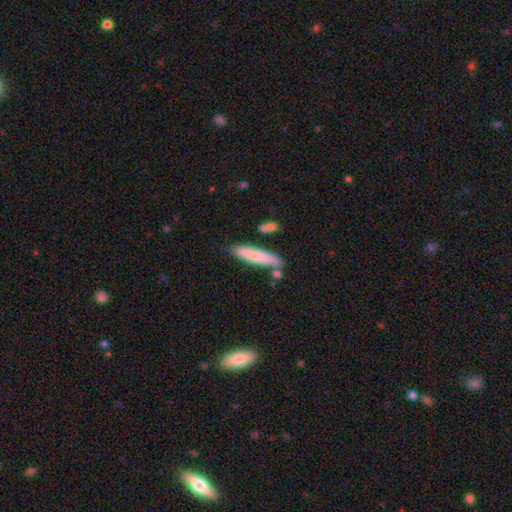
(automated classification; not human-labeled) smooth 77%, featured or disk 17%, star or artifact 6%. Down the decision tree: how rounded — cigar-shaped (85%); merging — none (75%).